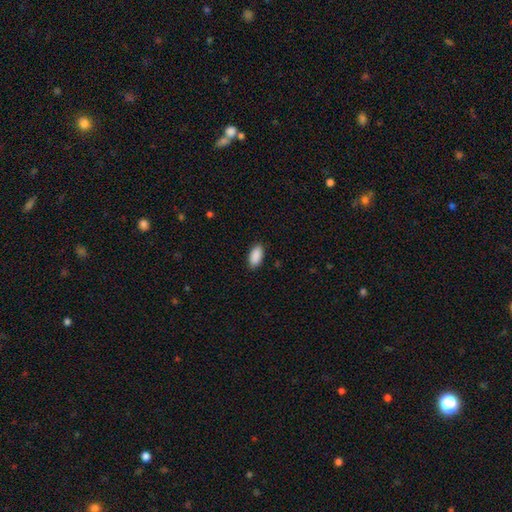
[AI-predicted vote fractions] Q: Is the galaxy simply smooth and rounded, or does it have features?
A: smooth — 91%.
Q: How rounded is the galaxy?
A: in between — 94%.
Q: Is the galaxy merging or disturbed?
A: none — 88%.